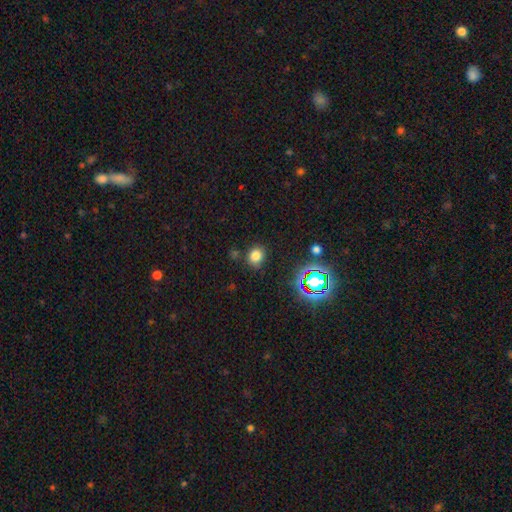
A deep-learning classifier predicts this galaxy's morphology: Smooth or featured? Predicted: smooth (p=0.76). How rounded? Predicted: round (p=0.65). Merging? Predicted: none (p=0.81).